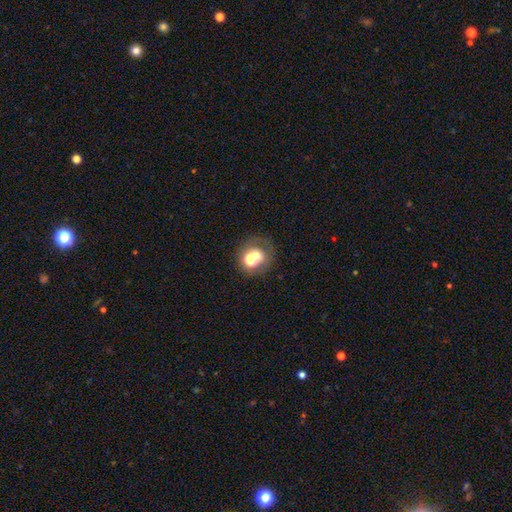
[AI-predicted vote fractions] The model was most divided on "merging": merger: 42%, none: 40%, minor disturbance: 10%, major disturbance: 8%. More confident: how rounded — round (74%); smooth or featured — smooth (58%).